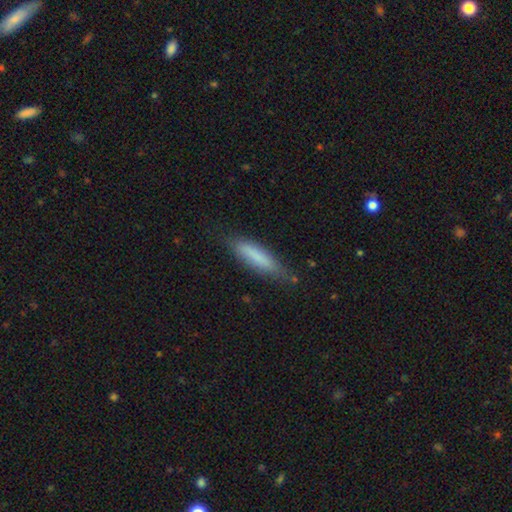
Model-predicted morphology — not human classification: Smooth or featured: smooth — 77% (featured or disk — 16%)
How rounded: cigar-shaped — 77% (in between — 22%)
Merging: none — 76% (minor disturbance — 19%)